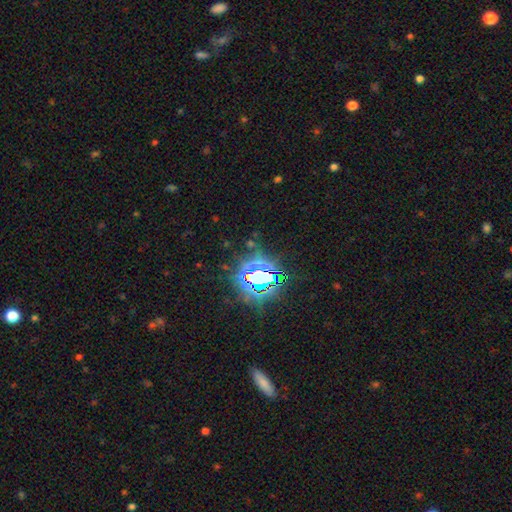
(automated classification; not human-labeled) Smooth or featured? star or artifact (82%)